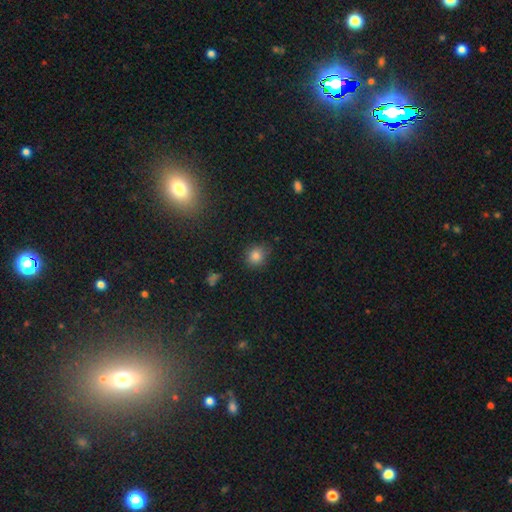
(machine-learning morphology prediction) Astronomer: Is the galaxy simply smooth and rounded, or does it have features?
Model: smooth — 81%.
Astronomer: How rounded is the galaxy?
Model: round — 84%.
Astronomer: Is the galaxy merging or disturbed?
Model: none — 82%.